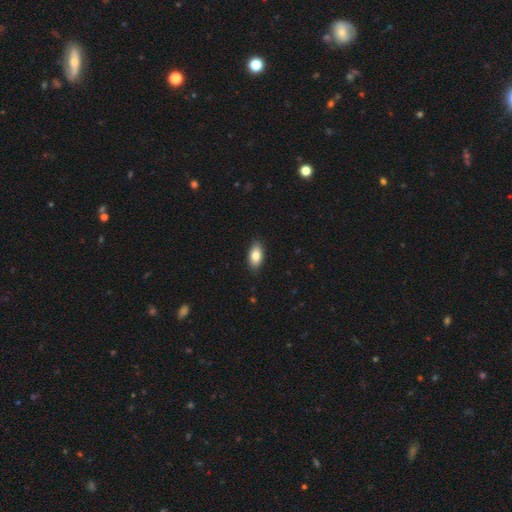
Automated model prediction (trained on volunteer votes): Overall: smooth (83%). How rounded: in between (91%). Merging: none (87%).